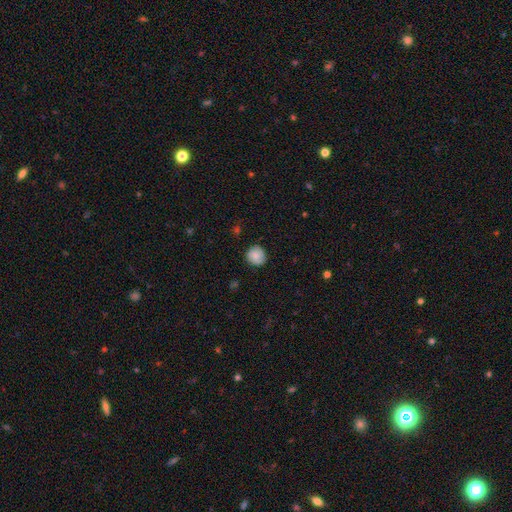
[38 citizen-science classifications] This appears to be a smooth galaxy with no disk features (82%) that is round (87%). Merging: none (76%).